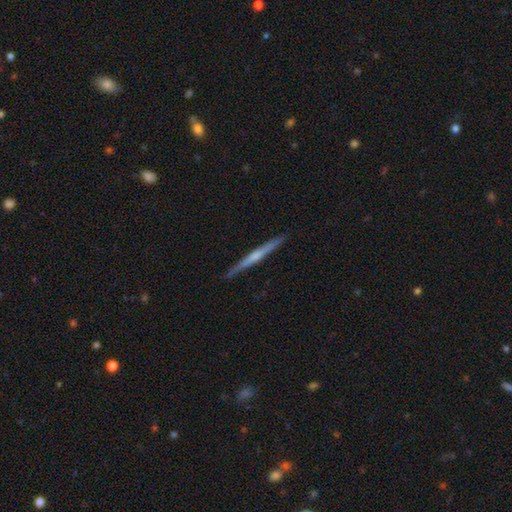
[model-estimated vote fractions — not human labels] Smooth or featured? Predicted: featured or disk (p=0.66). Edge-on disk? Predicted: yes (p=0.98). Edge-on bulge? Predicted: rounded (p=0.52). Merging? Predicted: none (p=0.91).